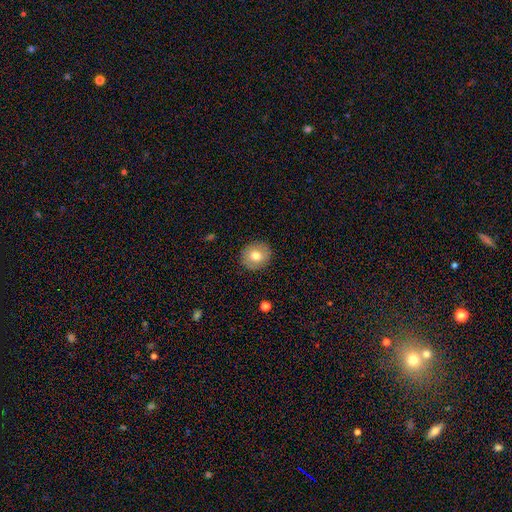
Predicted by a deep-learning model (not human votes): Overall: smooth (74%). How rounded: round (84%). Merging: none (89%).